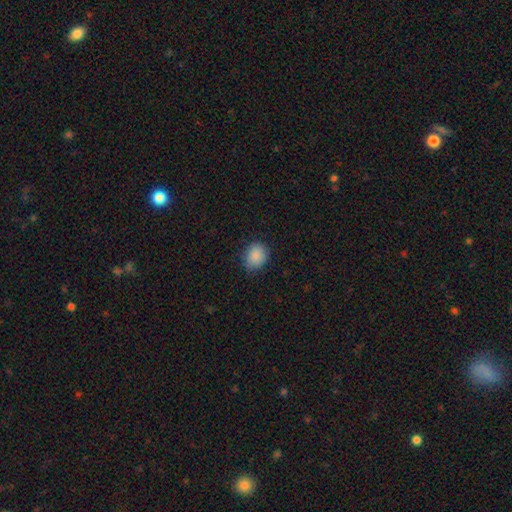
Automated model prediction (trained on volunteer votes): This is clearly a smooth galaxy (88%). How rounded: likely round (64%). Merging: likely none (77%).